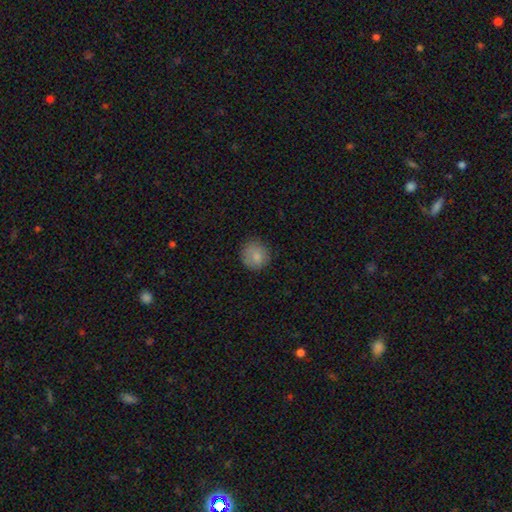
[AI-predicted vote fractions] Smooth or featured: smooth — 82% (featured or disk — 9%)
How rounded: round — 90% (in between — 9%)
Merging: none — 82% (minor disturbance — 14%)